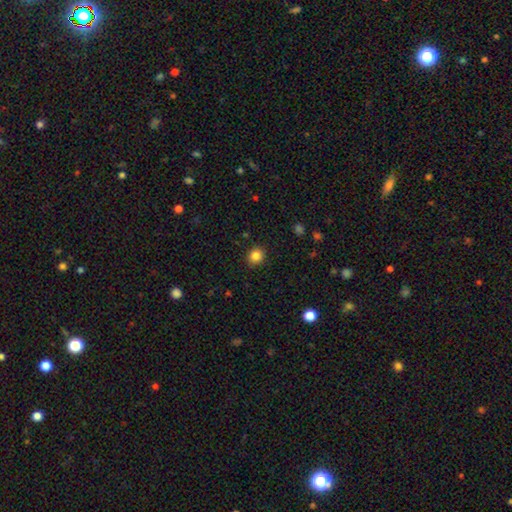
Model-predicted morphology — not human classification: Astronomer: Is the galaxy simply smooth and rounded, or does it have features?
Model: smooth — 84%.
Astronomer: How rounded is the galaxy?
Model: round — 80%.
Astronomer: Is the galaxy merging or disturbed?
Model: none — 90%.